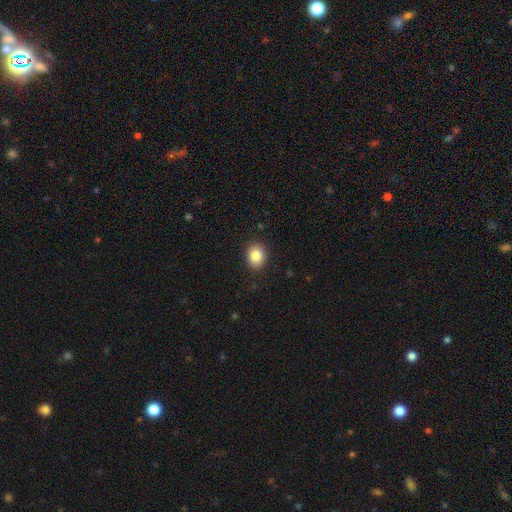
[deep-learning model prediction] smooth 86%, star or artifact 9%, featured or disk 5%. Down the decision tree: how rounded — round (51%); merging — none (89%).